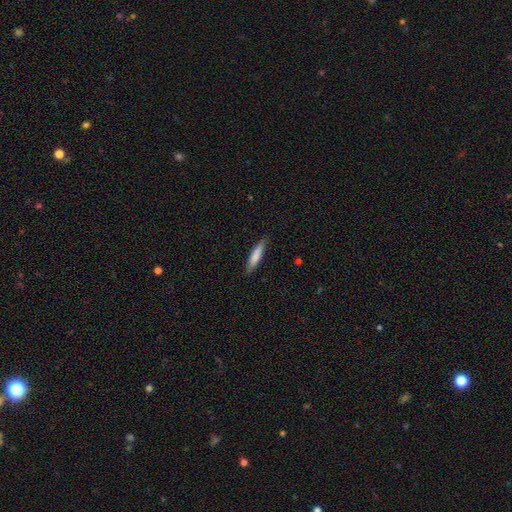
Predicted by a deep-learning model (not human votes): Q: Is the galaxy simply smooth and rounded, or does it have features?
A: smooth — 79%.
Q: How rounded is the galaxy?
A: cigar-shaped — 84%.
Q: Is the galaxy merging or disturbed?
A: none — 86%.